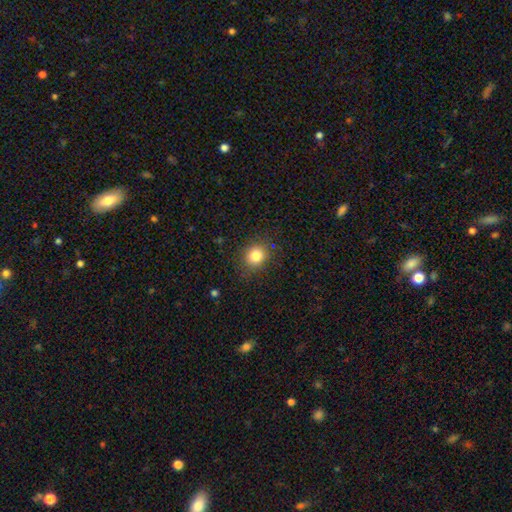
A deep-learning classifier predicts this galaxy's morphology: Q: Smooth or featured?
A: smooth (83%); runner-up: star or artifact (11%)
Q: How rounded?
A: round (75%); runner-up: in between (24%)
Q: Merging?
A: none (87%); runner-up: minor disturbance (9%)